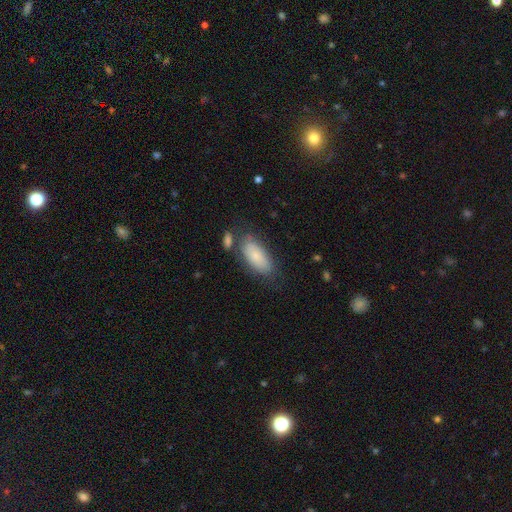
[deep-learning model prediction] This appears to be a smooth galaxy with no disk features (79%) that is in between round and cigar-shaped (89%). Merging: none (65%).